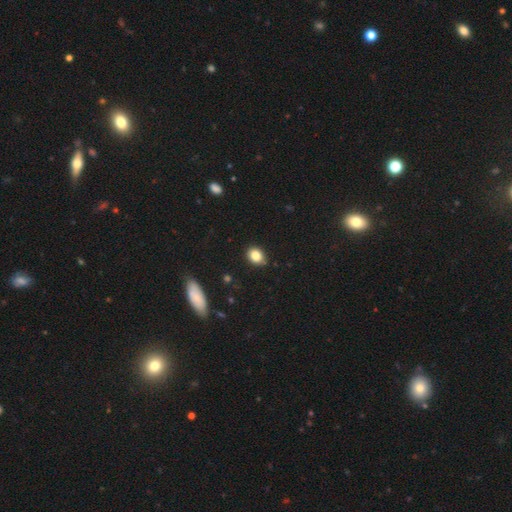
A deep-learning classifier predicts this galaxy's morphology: The model was most divided on "how rounded": in between: 55%, round: 44%, cigar-shaped: 1%. More confident: merging — none (84%); smooth or featured — smooth (84%).